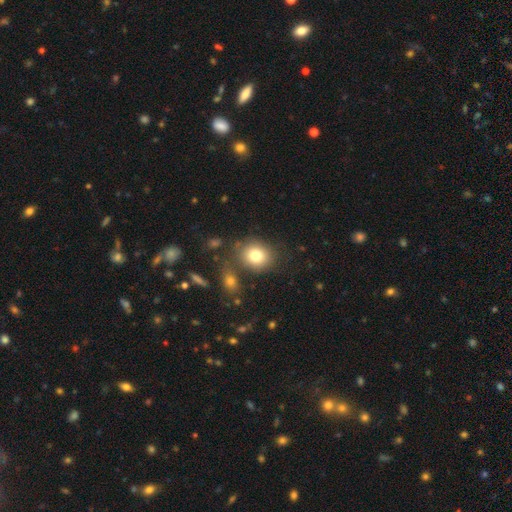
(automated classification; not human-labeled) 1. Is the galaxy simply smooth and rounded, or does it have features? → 79% smooth, 11% star or artifact, 10% featured or disk.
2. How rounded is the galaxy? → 70% round, 29% in between, 1% cigar-shaped.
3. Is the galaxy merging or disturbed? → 72% none, 13% minor disturbance, 10% merger, 5% major disturbance.